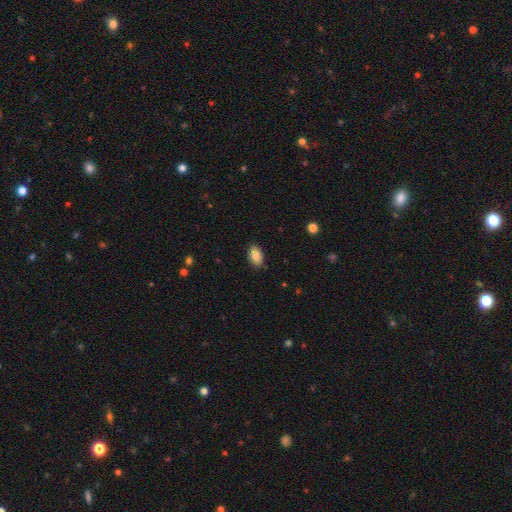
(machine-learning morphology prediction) smooth-or-featured: smooth: 81% | featured or disk: 11% | star or artifact: 8%
  how-rounded: in between: 89% | round: 10% | cigar-shaped: 2%
  merging: none: 86% | minor disturbance: 11% | major disturbance: 2% | merger: 1%